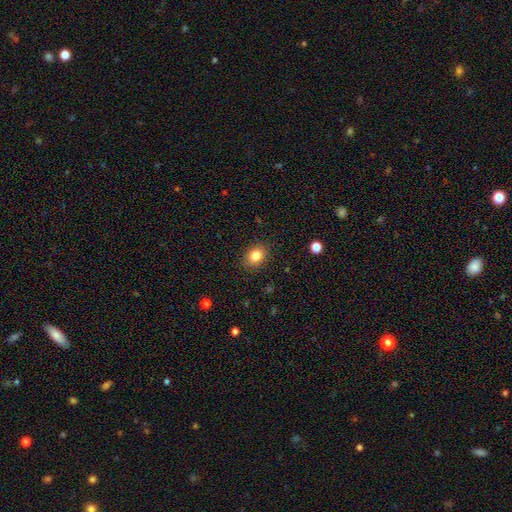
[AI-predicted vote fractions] Q: Smooth or featured?
A: smooth (83%); runner-up: star or artifact (10%)
Q: How rounded?
A: in between (60%); runner-up: round (39%)
Q: Merging?
A: none (87%); runner-up: minor disturbance (9%)